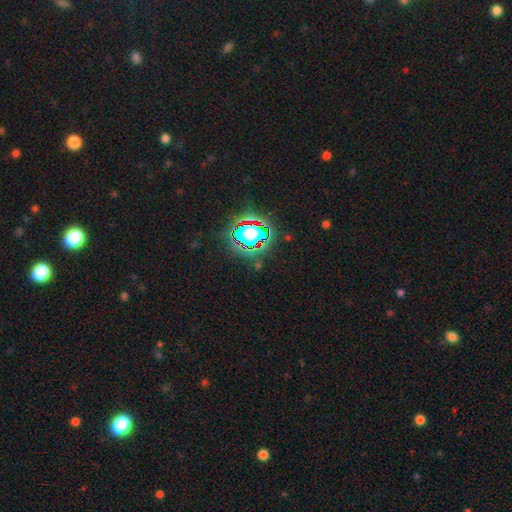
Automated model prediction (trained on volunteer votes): Q: Smooth or featured?
A: star or artifact (82%); runner-up: smooth (11%)